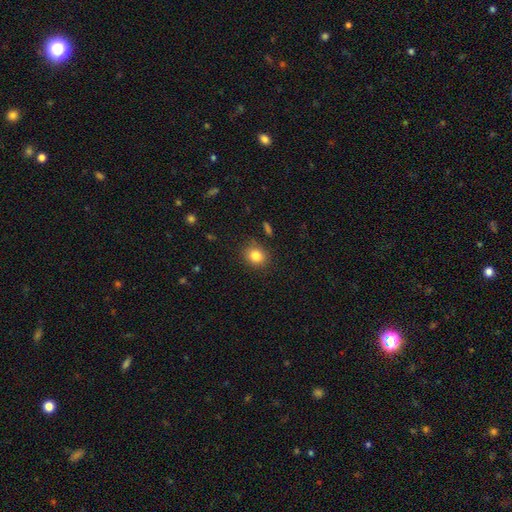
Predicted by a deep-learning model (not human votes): A smooth galaxy with no disk features (84%) that is round (65%). Merging: none (84%).